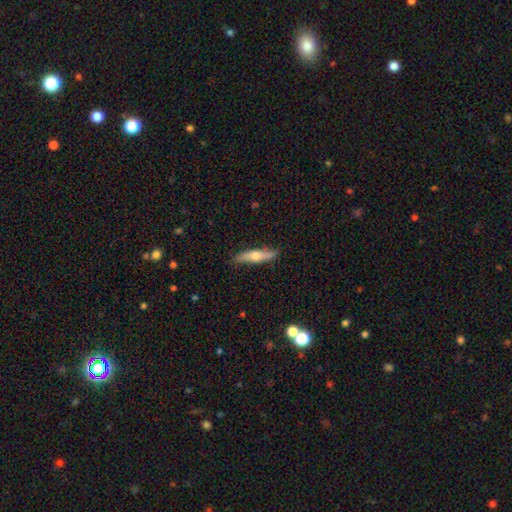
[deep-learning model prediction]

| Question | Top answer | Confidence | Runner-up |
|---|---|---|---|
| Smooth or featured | featured or disk | 49% | smooth (45%) |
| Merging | none | 85% | minor disturbance (11%) |